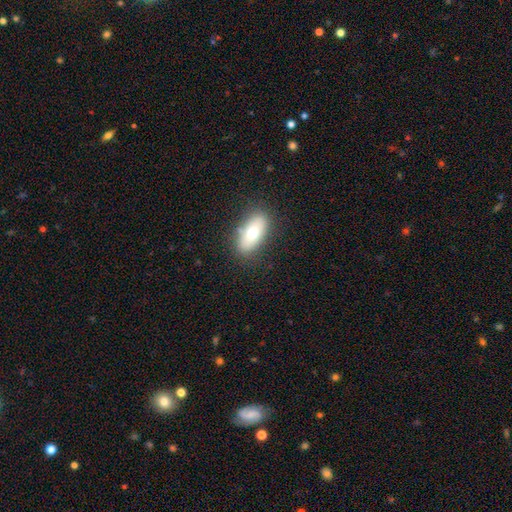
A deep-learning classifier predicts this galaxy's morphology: type=smooth (64%); roundness=in between (83%); merging=none (86%).